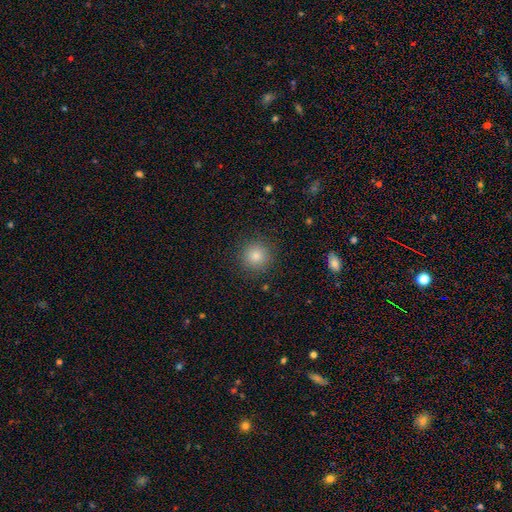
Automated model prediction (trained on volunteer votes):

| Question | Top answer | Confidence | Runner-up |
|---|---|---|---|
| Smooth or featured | smooth | 81% | star or artifact (13%) |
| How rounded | round | 93% | in between (6%) |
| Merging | none | 90% | minor disturbance (6%) |